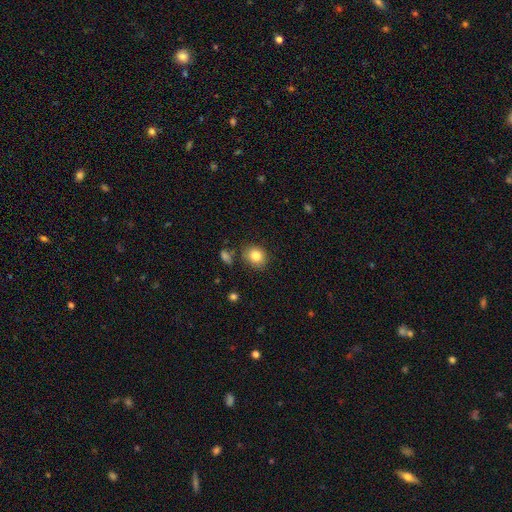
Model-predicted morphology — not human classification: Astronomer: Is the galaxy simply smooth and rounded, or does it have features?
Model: smooth — 83%.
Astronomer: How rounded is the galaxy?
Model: round — 70%.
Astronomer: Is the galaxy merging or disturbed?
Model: none — 80%.